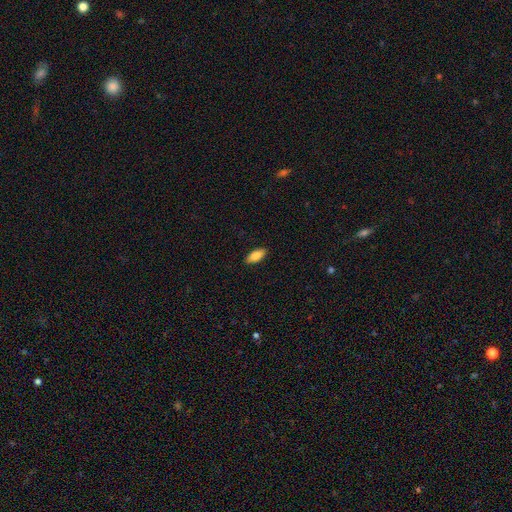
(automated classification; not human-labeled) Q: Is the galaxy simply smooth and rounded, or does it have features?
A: smooth — 81%.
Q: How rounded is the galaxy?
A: in between — 83%.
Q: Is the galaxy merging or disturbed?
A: none — 89%.